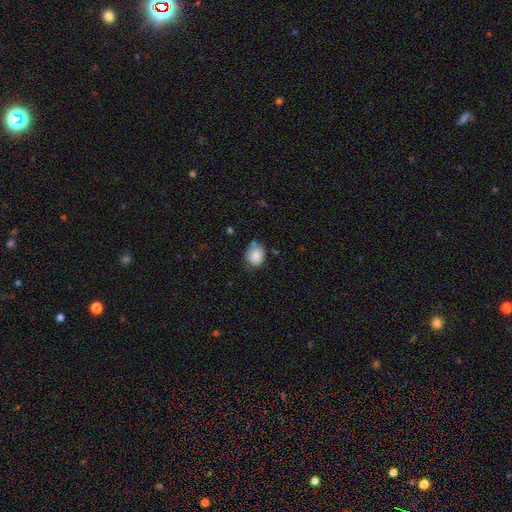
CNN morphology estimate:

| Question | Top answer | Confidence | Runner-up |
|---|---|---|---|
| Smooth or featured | smooth | 76% | featured or disk (16%) |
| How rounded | round | 60% | in between (39%) |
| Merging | none | 57% | minor disturbance (29%) |